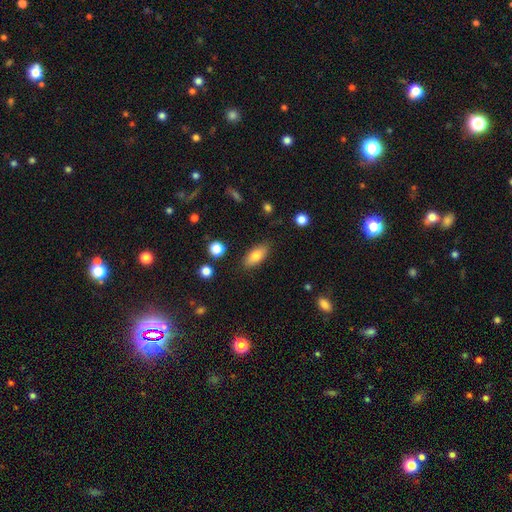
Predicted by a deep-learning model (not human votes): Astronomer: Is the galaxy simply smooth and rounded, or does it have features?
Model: smooth — 78%.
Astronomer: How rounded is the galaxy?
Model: in between — 83%.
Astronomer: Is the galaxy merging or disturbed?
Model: none — 85%.